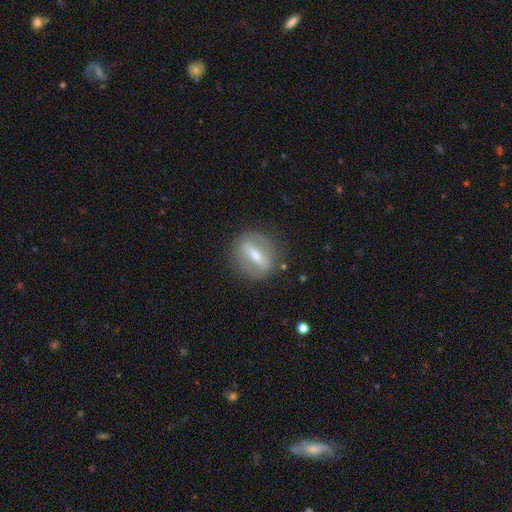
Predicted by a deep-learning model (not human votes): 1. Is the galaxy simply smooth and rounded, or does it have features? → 66% featured or disk, 26% smooth, 8% star or artifact.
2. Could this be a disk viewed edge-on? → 63% no, 37% yes.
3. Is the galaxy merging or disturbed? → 86% none, 9% minor disturbance, 4% major disturbance, 1% merger.